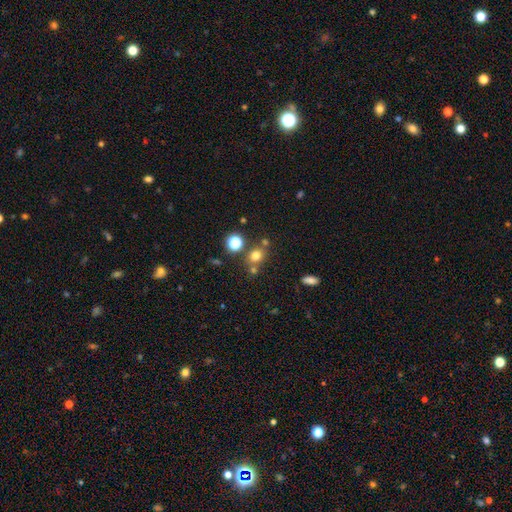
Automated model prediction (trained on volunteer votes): Morphology: type=smooth (72%); roundness=round (73%); merging=none (67%).